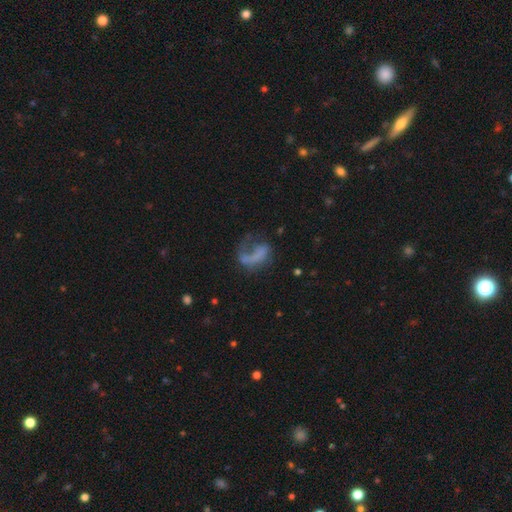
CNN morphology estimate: A featured or disk galaxy (50%). Merging: major disturbance (49%).